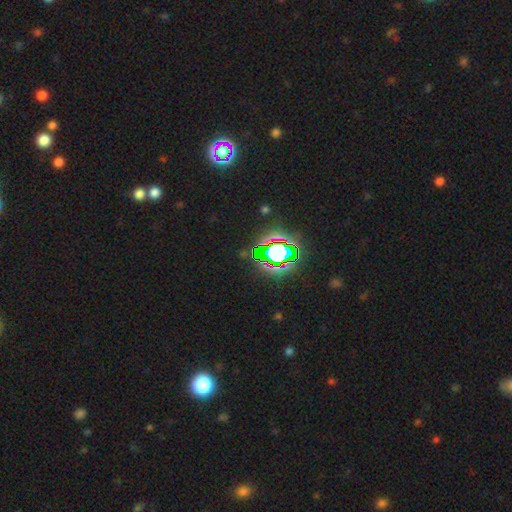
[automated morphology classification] Smooth or featured? Predicted: star or artifact (p=0.82).